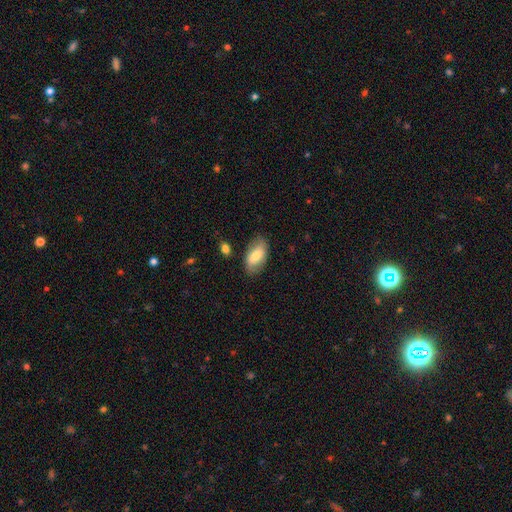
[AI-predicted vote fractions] Smooth or featured? smooth (72%)
How rounded? in between (92%)
Merging? none (79%)